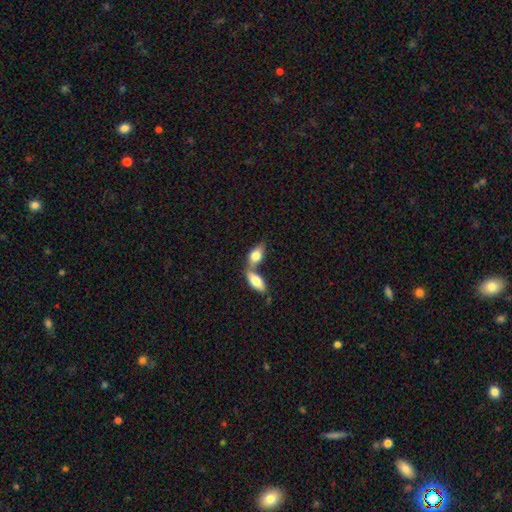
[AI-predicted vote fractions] This appears to be a smooth galaxy with no disk features (75%) that is in between round and cigar-shaped (85%). Merging: merger (62%).